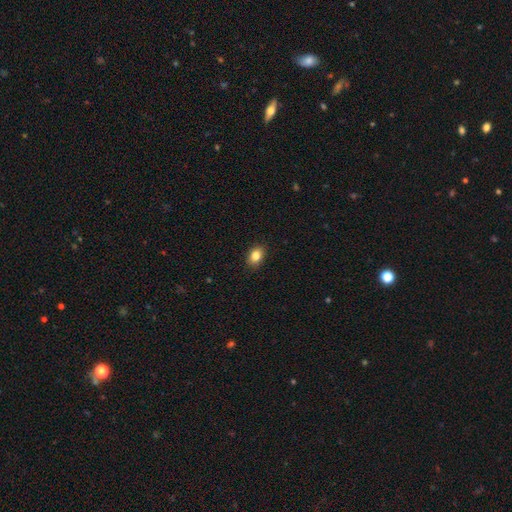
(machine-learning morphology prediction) The model was most divided on "how rounded": in between: 74%, round: 25%, cigar-shaped: 1%. More confident: merging — none (88%); smooth or featured — smooth (85%).